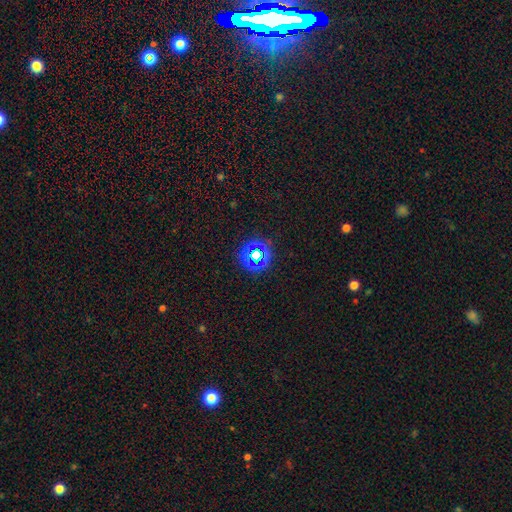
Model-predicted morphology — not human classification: The model was most divided on "smooth or featured": star or artifact: 59%, smooth: 30%, featured or disk: 10%.